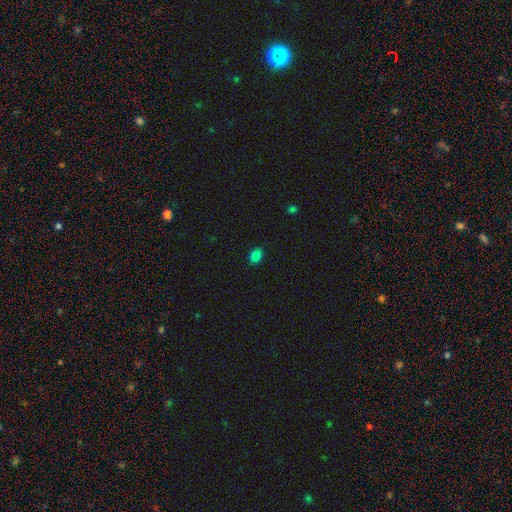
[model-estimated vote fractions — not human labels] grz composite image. It shows a smooth galaxy with no disk features (84%) that is in between round and cigar-shaped (74%). Merging: none (88%).